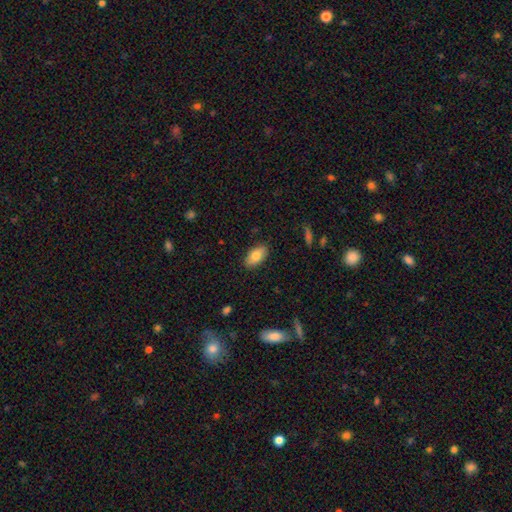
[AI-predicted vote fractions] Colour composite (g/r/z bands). It shows a smooth galaxy with no disk features (81%) that is in between round and cigar-shaped (93%). Merging: none (87%).